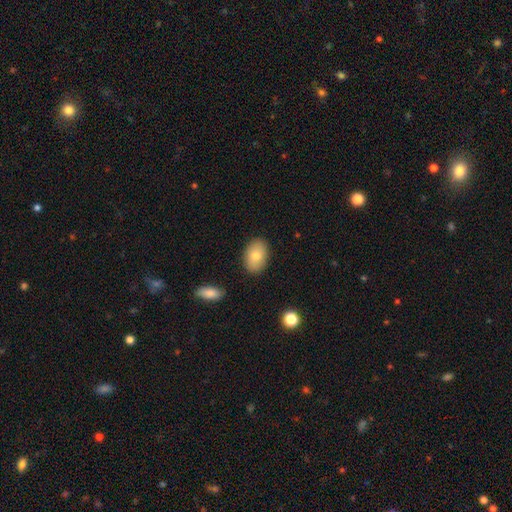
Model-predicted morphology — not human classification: type=smooth (78%); roundness=in between (87%); merging=none (87%).